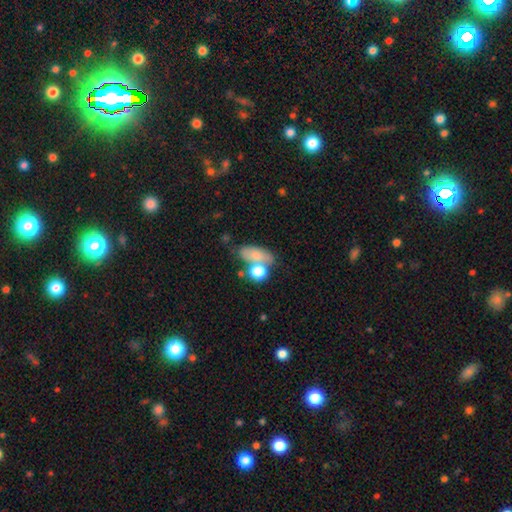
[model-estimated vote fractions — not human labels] Q: Smooth or featured?
A: smooth (74%); runner-up: featured or disk (15%)
Q: How rounded?
A: in between (76%); runner-up: round (16%)
Q: Merging?
A: none (47%); runner-up: merger (27%)